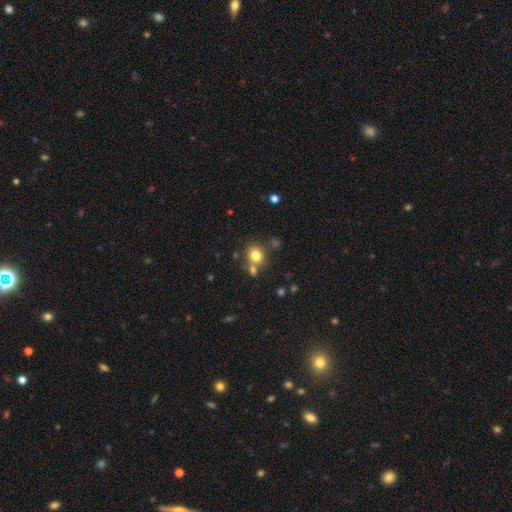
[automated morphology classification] Overall: smooth (79%). How rounded: round (74%). Merging: none (62%; merger 22%).